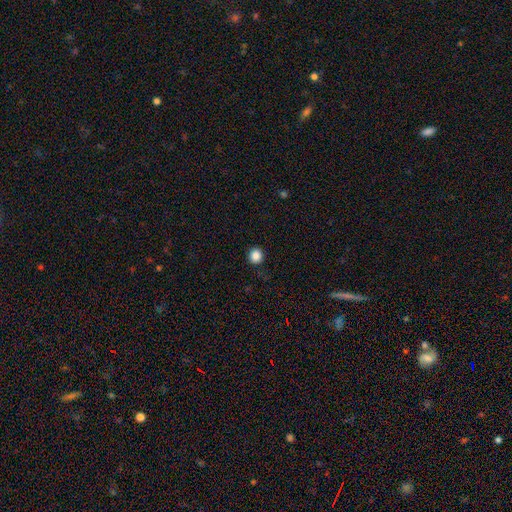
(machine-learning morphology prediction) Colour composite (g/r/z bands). It shows a smooth galaxy with no disk features (86%) that is round (91%). Merging: none (91%).